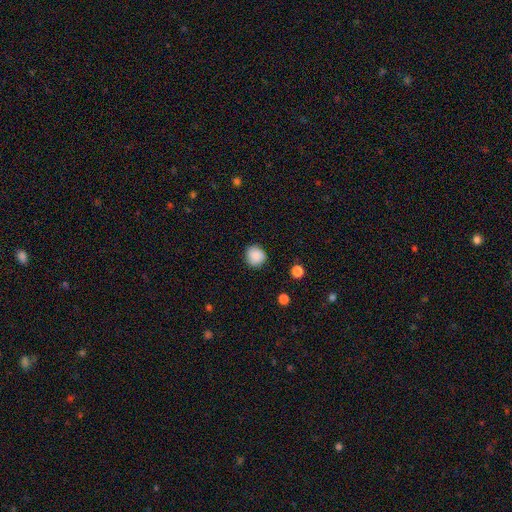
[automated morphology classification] Smooth or featured: smooth — 87% (star or artifact — 9%)
How rounded: round — 90% (in between — 9%)
Merging: none — 87% (minor disturbance — 10%)